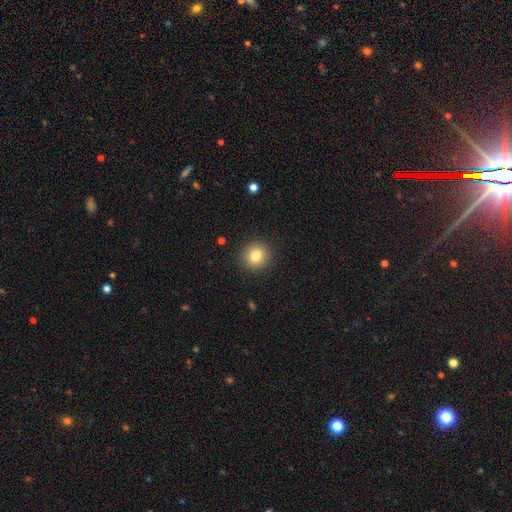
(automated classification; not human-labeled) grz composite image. It shows a smooth galaxy with no disk features (81%) that is round (92%). Merging: none (91%).